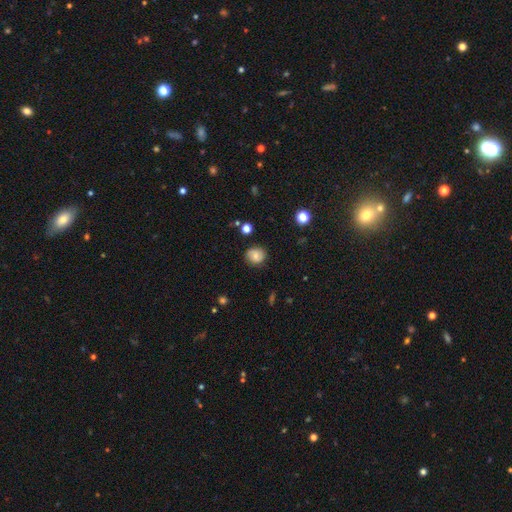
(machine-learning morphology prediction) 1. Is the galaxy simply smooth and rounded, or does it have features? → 57% smooth, 32% featured or disk, 11% star or artifact.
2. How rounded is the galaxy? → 75% round, 24% in between, 1% cigar-shaped.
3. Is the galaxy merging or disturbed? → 77% none, 17% minor disturbance, 4% major disturbance, 2% merger.